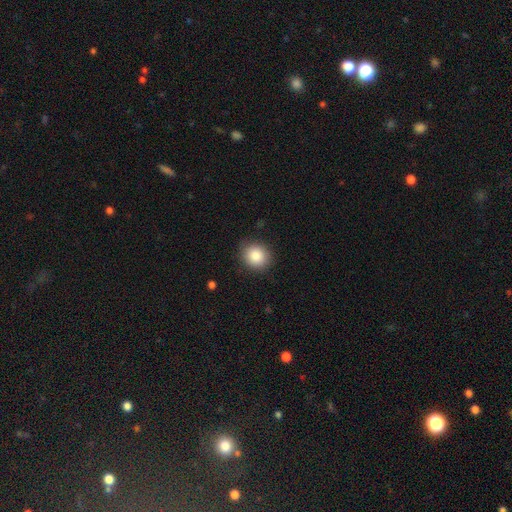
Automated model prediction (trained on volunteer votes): Smooth or featured: smooth — 86% (star or artifact — 9%)
How rounded: round — 76% (in between — 24%)
Merging: none — 87% (minor disturbance — 9%)